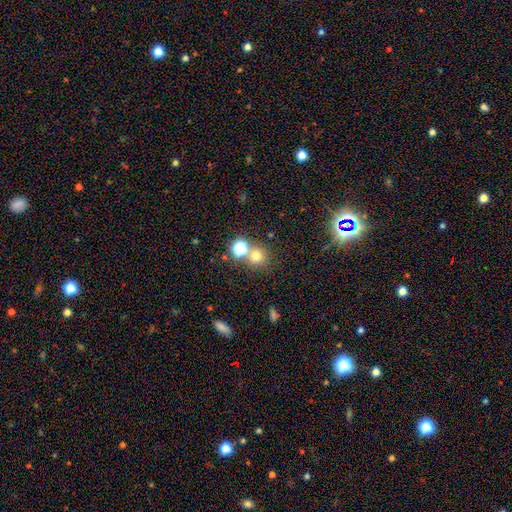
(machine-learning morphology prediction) Q: Smooth or featured?
A: smooth (70%); runner-up: star or artifact (21%)
Q: How rounded?
A: round (88%); runner-up: in between (11%)
Q: Merging?
A: none (62%); runner-up: merger (28%)